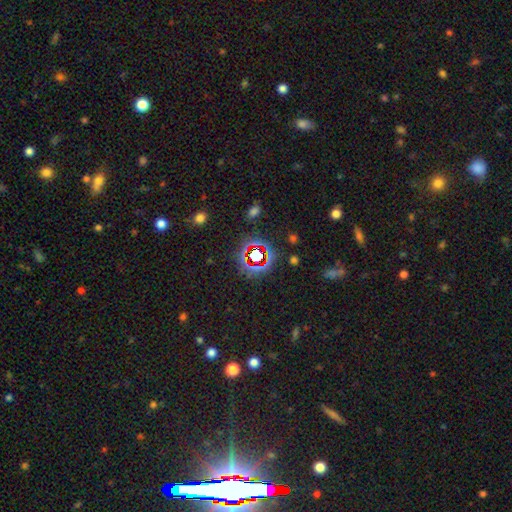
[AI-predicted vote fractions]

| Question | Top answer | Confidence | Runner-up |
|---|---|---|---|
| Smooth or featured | star or artifact | 72% | smooth (18%) |